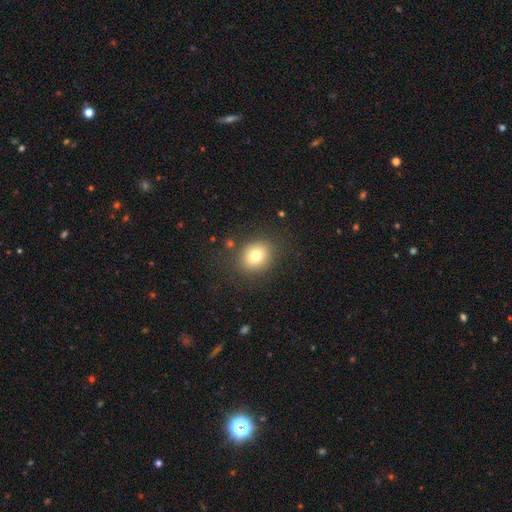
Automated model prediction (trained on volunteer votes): Smooth or featured? smooth (77%)
How rounded? round (68%)
Merging? none (85%)